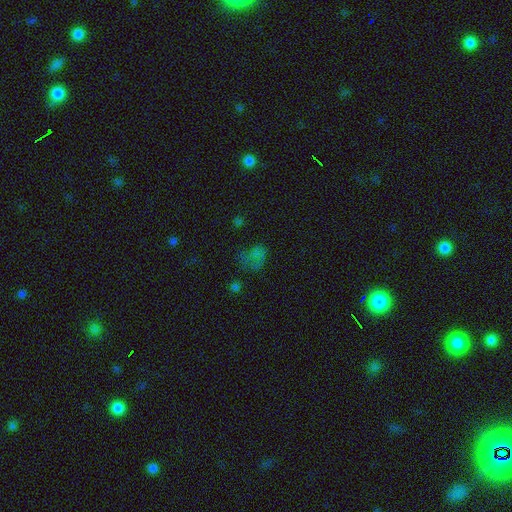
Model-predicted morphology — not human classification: A smooth galaxy with no disk features (56%) that is in between round and cigar-shaped (67%). Merging: major disturbance (39%).